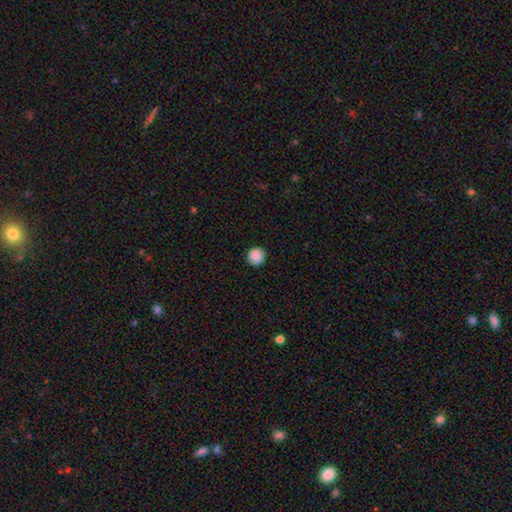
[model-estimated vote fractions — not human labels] smooth 89%, star or artifact 9%, featured or disk 3%. Down the decision tree: how rounded — round (94%); merging — none (92%).